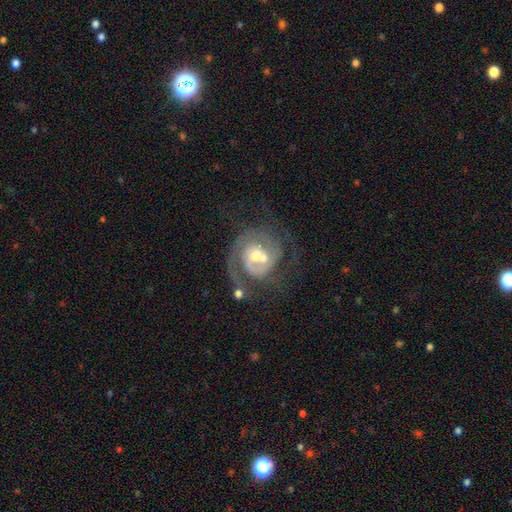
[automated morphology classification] A featured or disk galaxy (86%) with no bar (54%), 2 (50%) tight (57%) spiral arms (94%) and a moderate central bulge (55%). Merging: none (54%).